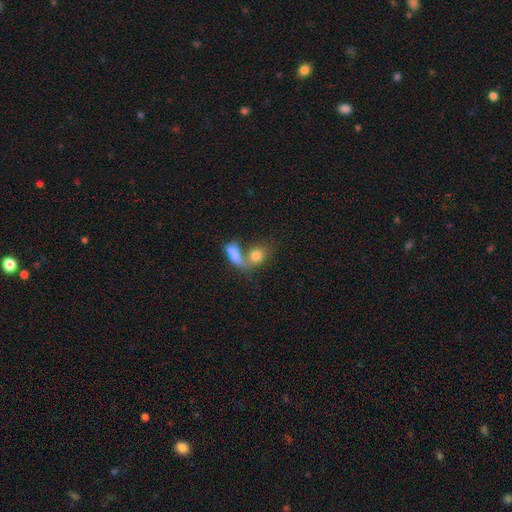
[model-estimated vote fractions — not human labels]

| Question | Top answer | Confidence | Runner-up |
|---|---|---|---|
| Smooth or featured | smooth | 78% | featured or disk (14%) |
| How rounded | in between | 53% | round (43%) |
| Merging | merger | 58% | none (26%) |